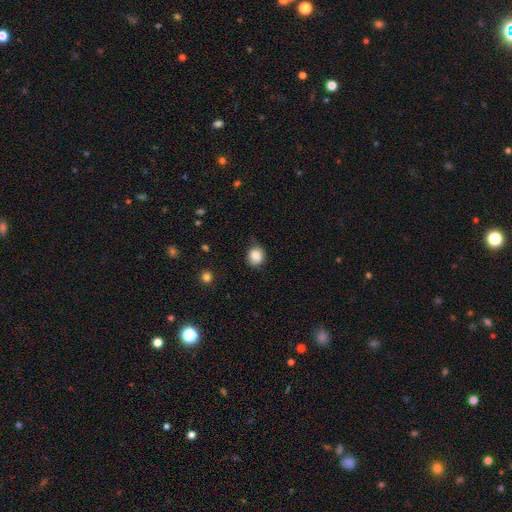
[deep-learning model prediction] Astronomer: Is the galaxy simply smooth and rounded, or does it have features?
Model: smooth — 87%.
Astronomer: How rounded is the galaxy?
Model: round — 74%.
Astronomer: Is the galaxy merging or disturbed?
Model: none — 72%.